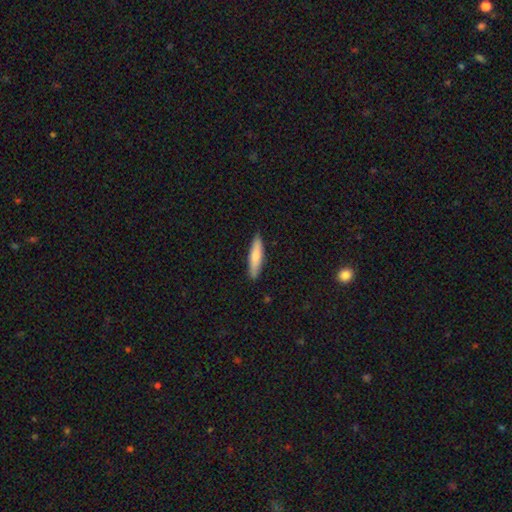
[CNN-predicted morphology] Smooth or featured: smooth — 75% (featured or disk — 20%)
How rounded: cigar-shaped — 80% (in between — 18%)
Merging: none — 89% (minor disturbance — 9%)